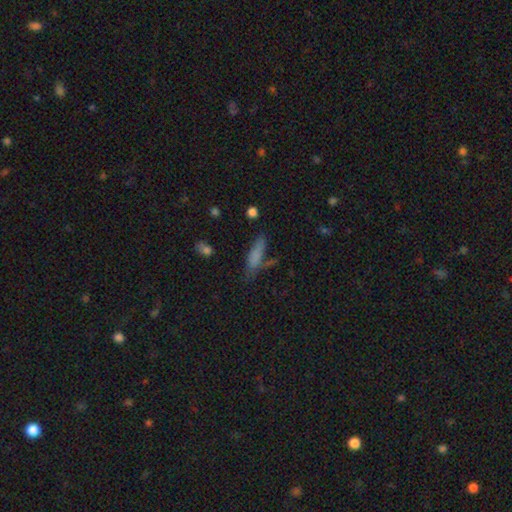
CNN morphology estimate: type=smooth (76%); roundness=cigar-shaped (60%); merging=none (58%).